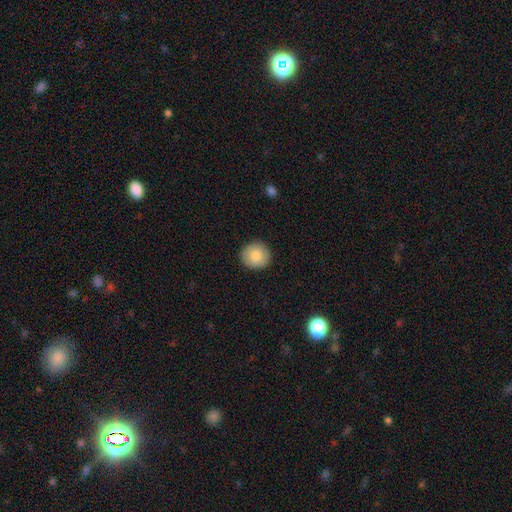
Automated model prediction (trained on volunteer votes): This appears to be a smooth galaxy with no disk features (83%) that is round (92%). Merging: none (91%).